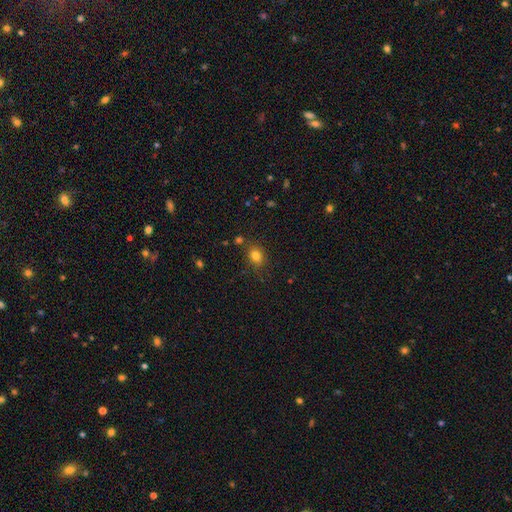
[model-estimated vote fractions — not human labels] Overall: smooth (80%). How rounded: in between (58%; round 41%). Merging: none (77%).